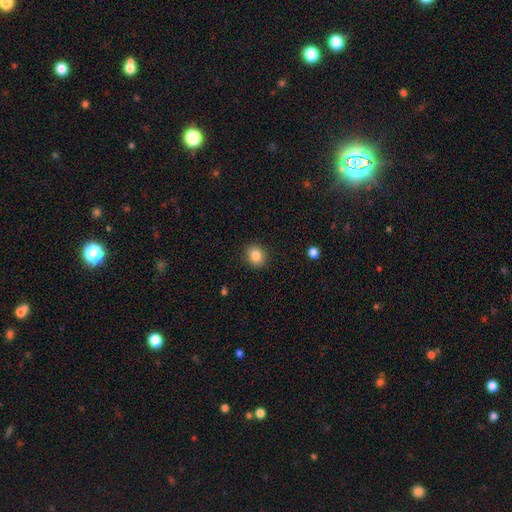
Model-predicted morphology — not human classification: Smooth or featured?
  - smooth: 84% *
  - star or artifact: 10%
  - featured or disk: 6%
How rounded?
  - round: 69% *
  - in between: 30%
  - cigar-shaped: 1%
Merging?
  - none: 89% *
  - minor disturbance: 8%
  - major disturbance: 2%
  - merger: 1%